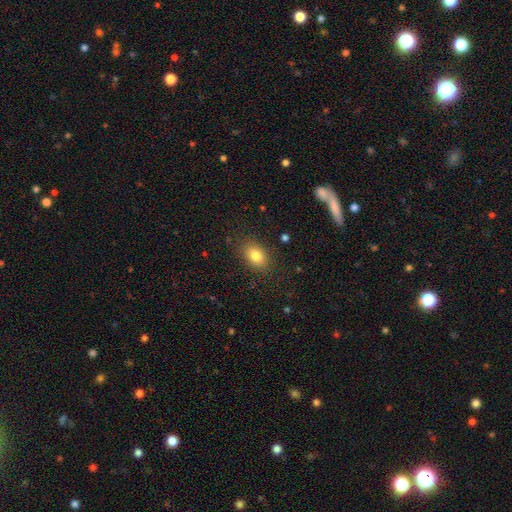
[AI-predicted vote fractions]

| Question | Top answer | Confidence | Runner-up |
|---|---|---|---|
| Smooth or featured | smooth | 81% | star or artifact (10%) |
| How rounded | in between | 78% | round (20%) |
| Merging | none | 84% | minor disturbance (11%) |